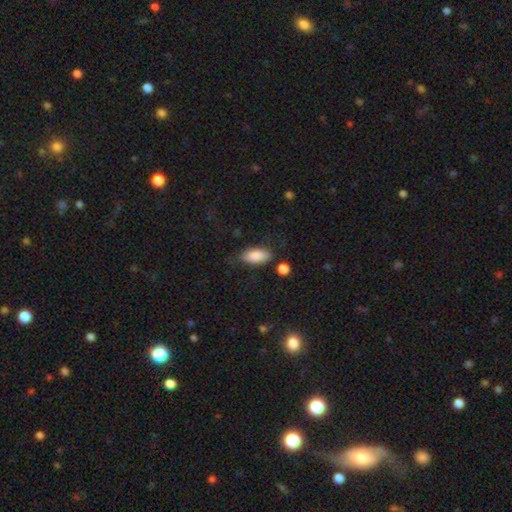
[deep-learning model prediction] Overall: smooth (87%). How rounded: in between (90%). Merging: none (75%).